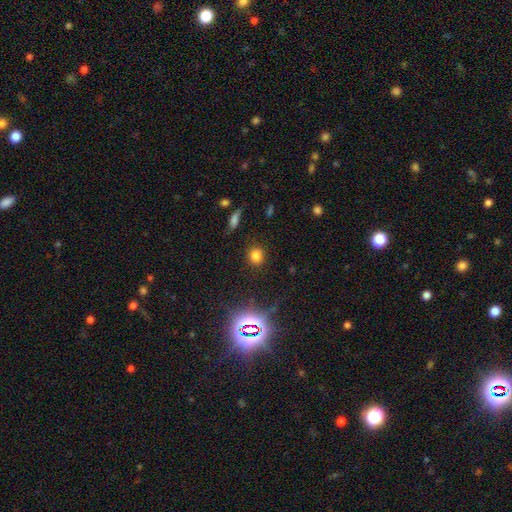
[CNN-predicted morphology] Smooth or featured? smooth (74%)
How rounded? round (72%)
Merging? none (86%)